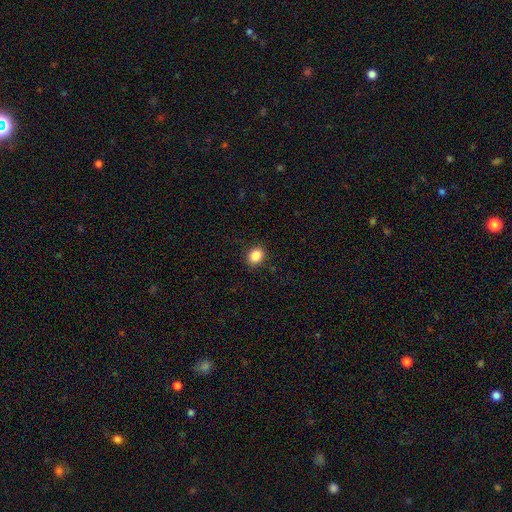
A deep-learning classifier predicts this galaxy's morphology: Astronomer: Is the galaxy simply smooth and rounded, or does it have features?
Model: smooth — 87%.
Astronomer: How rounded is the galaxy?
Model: round — 51% (runner-up: in between, 48%).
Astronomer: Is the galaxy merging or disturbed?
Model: none — 88%.